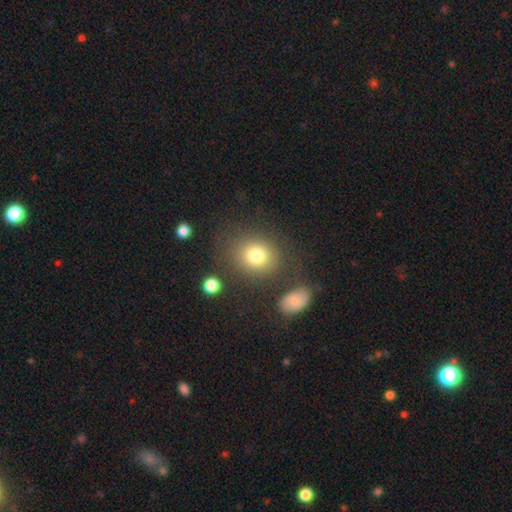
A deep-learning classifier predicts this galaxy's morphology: A smooth galaxy with no disk features (78%) that is round (67%).

Vote fractions:
- Smooth or featured? smooth: 78% / star or artifact: 12% / featured or disk: 10%
- How rounded? round: 67% / in between: 32% / cigar-shaped: 1%
- Merging? none: 76% / minor disturbance: 12% / major disturbance: 7% / merger: 6%